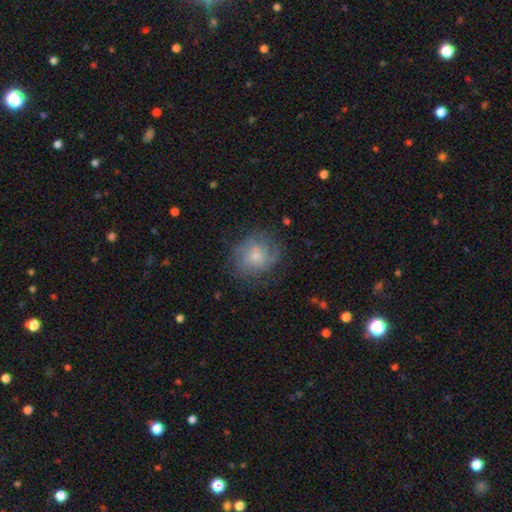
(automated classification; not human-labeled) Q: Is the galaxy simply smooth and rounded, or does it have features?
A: featured or disk — 54%.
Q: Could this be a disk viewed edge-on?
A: no — 97%.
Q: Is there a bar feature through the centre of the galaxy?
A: no — 75%.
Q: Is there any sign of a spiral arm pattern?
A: yes — 82%.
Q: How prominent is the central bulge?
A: small — 60%.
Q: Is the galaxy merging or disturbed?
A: none — 72%.